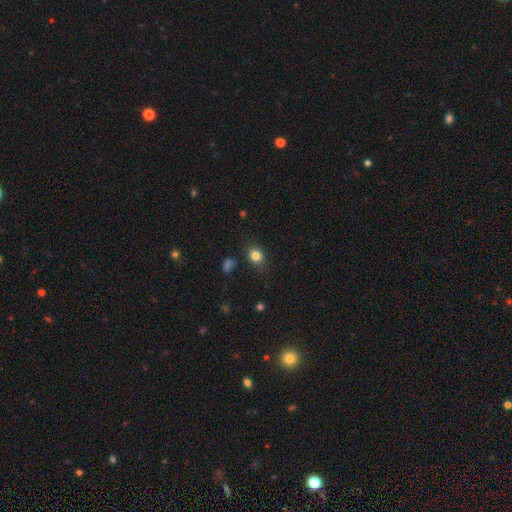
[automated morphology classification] Smooth or featured: smooth — 82% (star or artifact — 11%)
How rounded: round — 54% (in between — 44%)
Merging: none — 78% (minor disturbance — 15%)